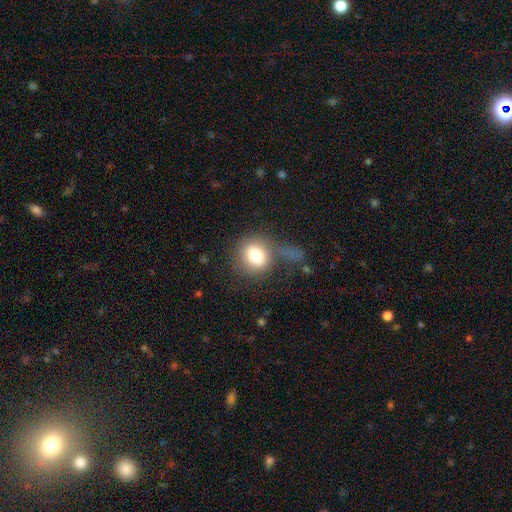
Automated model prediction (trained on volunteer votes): Overall: smooth (78%). How rounded: round (77%). Merging: none (50%; major disturbance 22%).